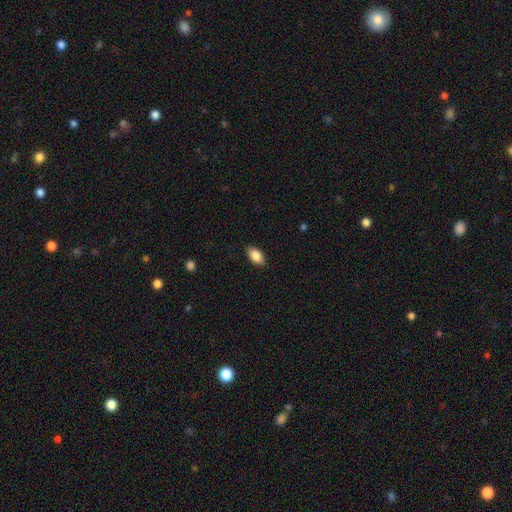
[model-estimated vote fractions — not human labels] Morphology: type=smooth (85%); roundness=in between (91%); merging=none (87%).